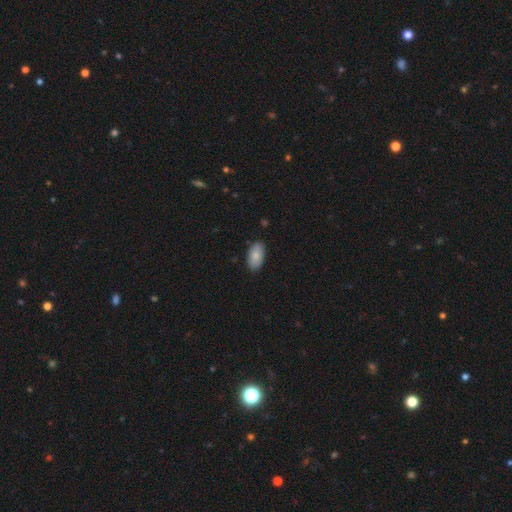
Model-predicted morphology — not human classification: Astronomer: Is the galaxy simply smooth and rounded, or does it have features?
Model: smooth — 83%.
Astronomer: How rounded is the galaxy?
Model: in between — 94%.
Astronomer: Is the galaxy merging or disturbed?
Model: none — 87%.